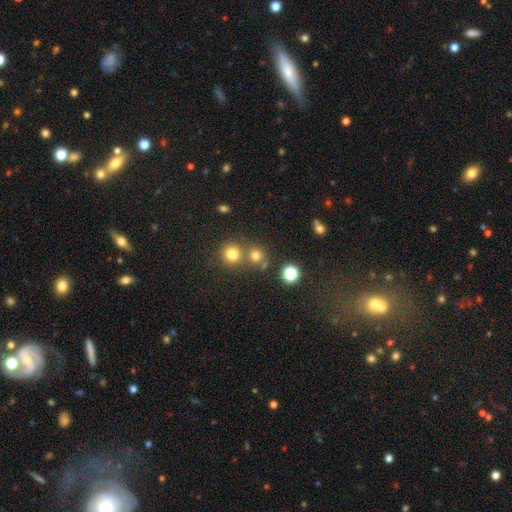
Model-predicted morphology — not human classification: A smooth galaxy with no disk features (73%) that is round (89%).

Vote fractions:
- Smooth or featured? smooth: 73% / star or artifact: 19% / featured or disk: 8%
- How rounded? round: 89% / in between: 10% / cigar-shaped: 1%
- Merging? none: 63% / merger: 27% / minor disturbance: 7% / major disturbance: 3%